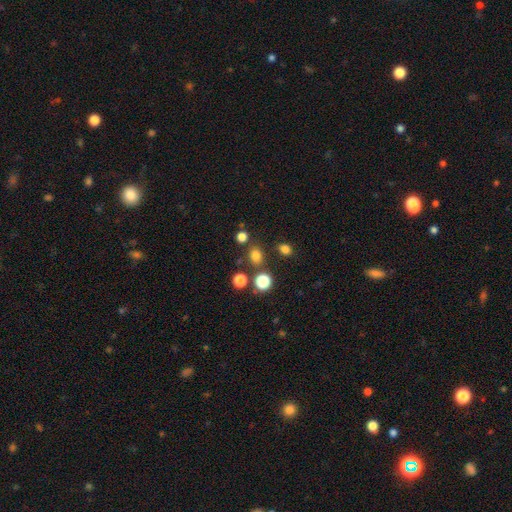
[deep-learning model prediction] Q: Smooth or featured?
A: smooth (77%); runner-up: star or artifact (18%)
Q: How rounded?
A: round (63%); runner-up: in between (36%)
Q: Merging?
A: none (79%); runner-up: minor disturbance (9%)